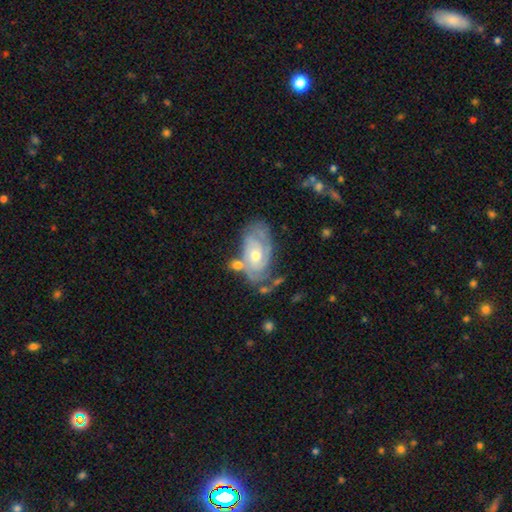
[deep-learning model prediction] Overall: featured or disk (84%). Edge-on disk: no (96%). Bar: no (70%). Spiral arms: yes (94%). Spiral arm count: 2 (46%; can't tell 24%). Spiral winding: tight (68%). Bulge size: moderate (60%; small 35%). Merging: none (55%; minor disturbance 22%).